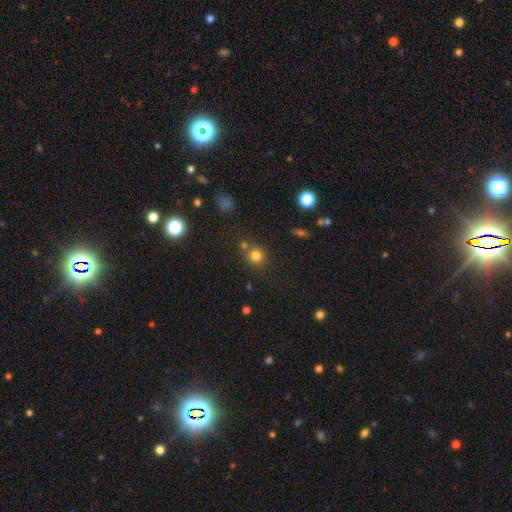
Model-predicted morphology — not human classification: Smooth or featured?
  - smooth: 79% *
  - star or artifact: 15%
  - featured or disk: 6%
How rounded?
  - round: 90% *
  - in between: 9%
  - cigar-shaped: 1%
Merging?
  - none: 73% *
  - merger: 14%
  - minor disturbance: 9%
  - major disturbance: 3%